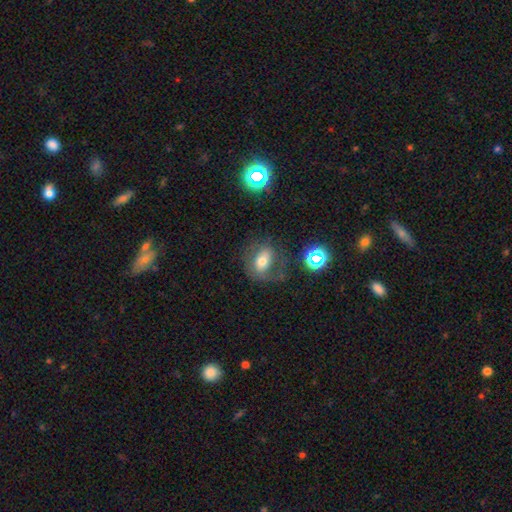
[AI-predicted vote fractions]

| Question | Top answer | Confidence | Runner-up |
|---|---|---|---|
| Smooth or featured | smooth | 46% | featured or disk (37%) |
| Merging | none | 60% | minor disturbance (20%) |